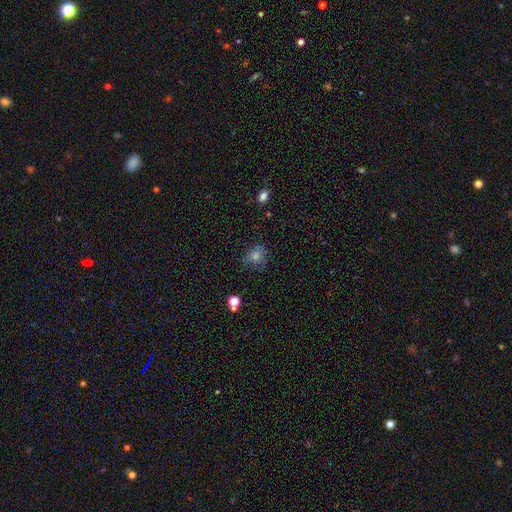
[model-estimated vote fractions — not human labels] Smooth or featured?
  - smooth: 64% *
  - star or artifact: 21%
  - featured or disk: 14%
How rounded?
  - round: 73% *
  - in between: 25%
  - cigar-shaped: 1%
Merging?
  - none: 71% *
  - minor disturbance: 21%
  - major disturbance: 7%
  - merger: 2%